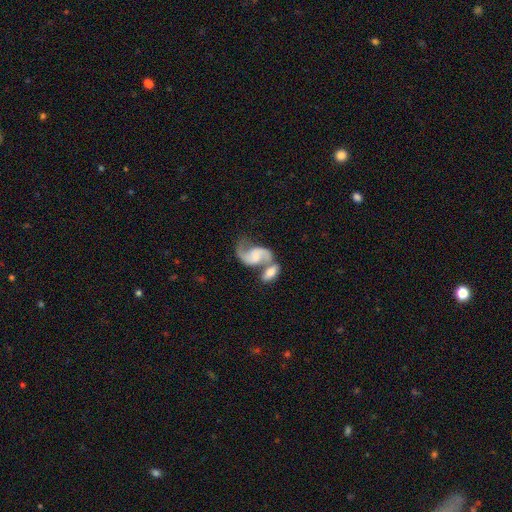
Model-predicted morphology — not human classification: The model was most divided on "bulge size": none: 34%, small: 32%, moderate: 23%, large: 9%, dominant: 2%. More confident: edge-on disk — no (97%); spiral arms — yes (94%); spiral arm count — 2 (84%); smooth or featured — featured or disk (78%); spiral winding — loose (67%); merging — merger (58%); bar — no (53%).